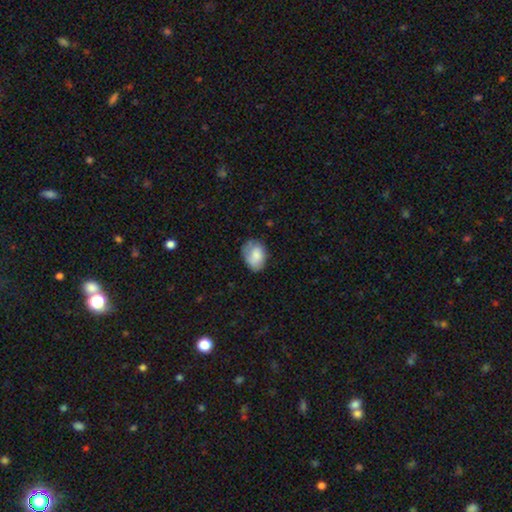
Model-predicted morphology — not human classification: The model was most divided on "merging": none: 60%, minor disturbance: 29%, major disturbance: 10%, merger: 2%. More confident: smooth or featured — smooth (75%); how rounded — in between (73%).